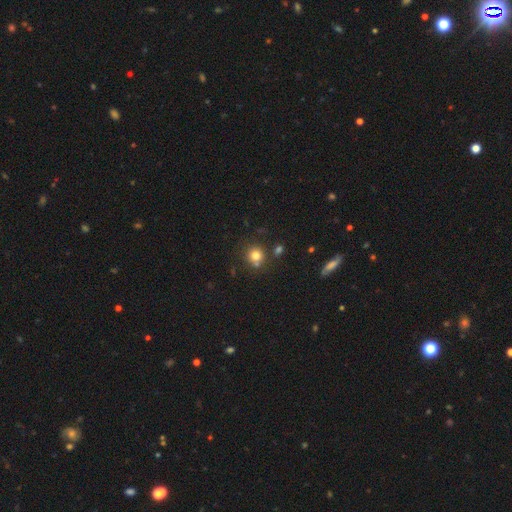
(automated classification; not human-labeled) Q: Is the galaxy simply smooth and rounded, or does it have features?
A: smooth — 78%.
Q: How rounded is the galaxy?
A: round — 90%.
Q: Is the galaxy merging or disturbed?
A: none — 74%.